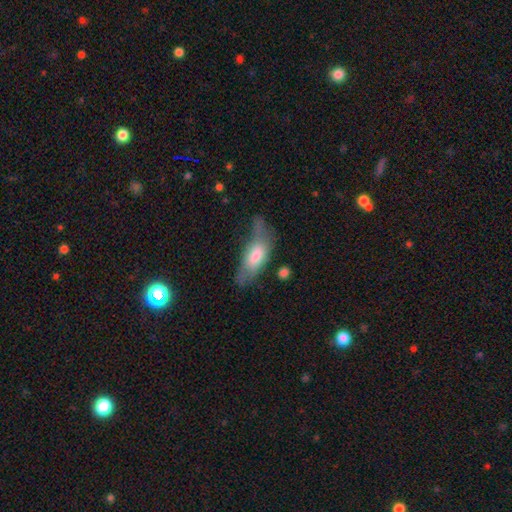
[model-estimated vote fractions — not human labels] A smooth galaxy with no disk features (56%) that is in between round and cigar-shaped (68%).

Vote fractions:
- Smooth or featured? smooth: 56% / featured or disk: 36% / star or artifact: 8%
- How rounded? in between: 68% / cigar-shaped: 29% / round: 3%
- Merging? none: 44% / minor disturbance: 32% / major disturbance: 20% / merger: 4%